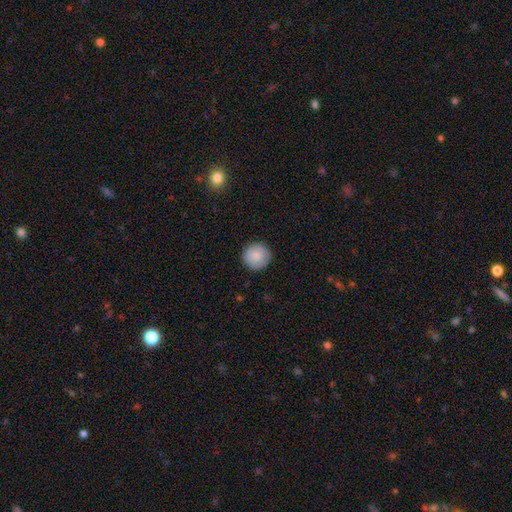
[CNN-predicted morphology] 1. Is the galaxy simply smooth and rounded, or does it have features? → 87% smooth, 7% star or artifact, 6% featured or disk.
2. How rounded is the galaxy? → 96% round, 3% in between, 1% cigar-shaped.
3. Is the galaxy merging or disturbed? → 90% none, 7% minor disturbance, 2% major disturbance, 1% merger.